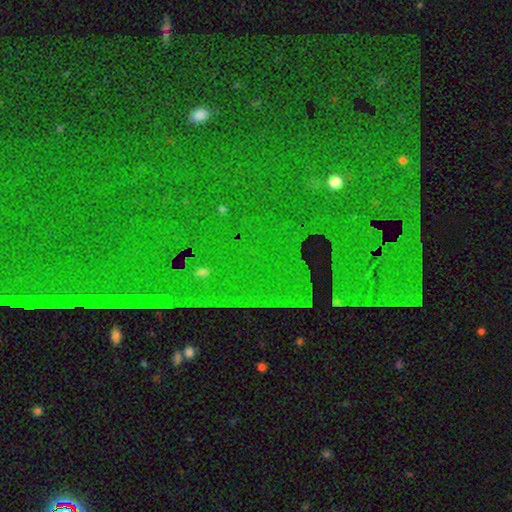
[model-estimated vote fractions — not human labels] Smooth or featured? Predicted: star or artifact (p=0.84).